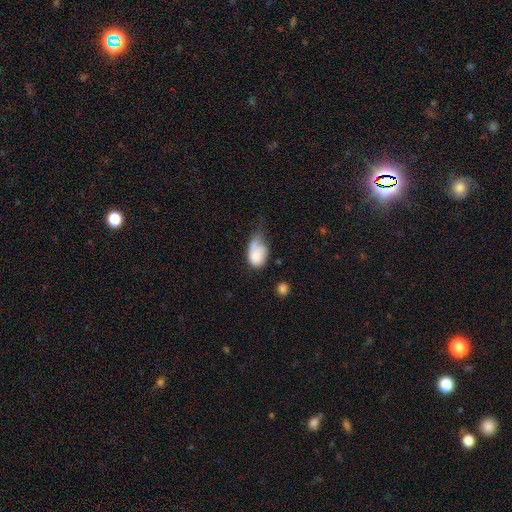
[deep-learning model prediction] Smooth or featured?
  - smooth: 69% *
  - featured or disk: 24%
  - star or artifact: 7%
How rounded?
  - in between: 83% *
  - round: 15%
  - cigar-shaped: 2%
Merging?
  - major disturbance: 40% *
  - minor disturbance: 31%
  - none: 21%
  - merger: 8%